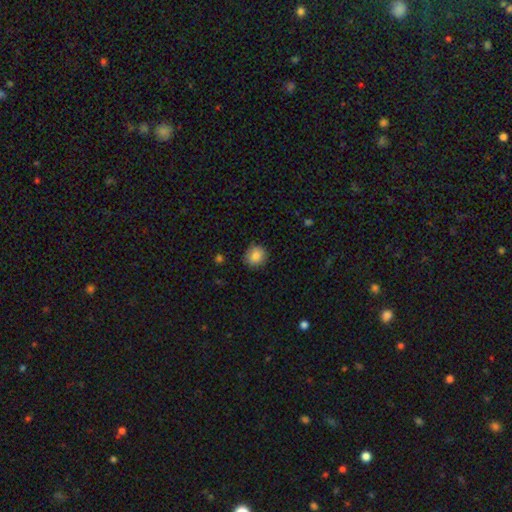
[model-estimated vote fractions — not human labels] Morphology: type=smooth (85%); roundness=round (86%); merging=none (85%).